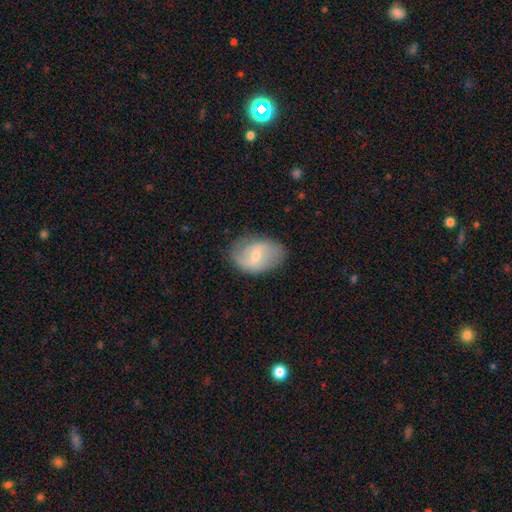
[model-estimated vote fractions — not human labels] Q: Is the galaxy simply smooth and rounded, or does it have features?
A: featured or disk — 57%.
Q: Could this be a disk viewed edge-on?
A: no — 96%.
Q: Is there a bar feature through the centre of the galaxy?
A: weak — 56%.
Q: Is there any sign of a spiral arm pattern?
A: yes — 75%.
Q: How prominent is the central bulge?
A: moderate — 49%.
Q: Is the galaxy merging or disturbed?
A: none — 76%.